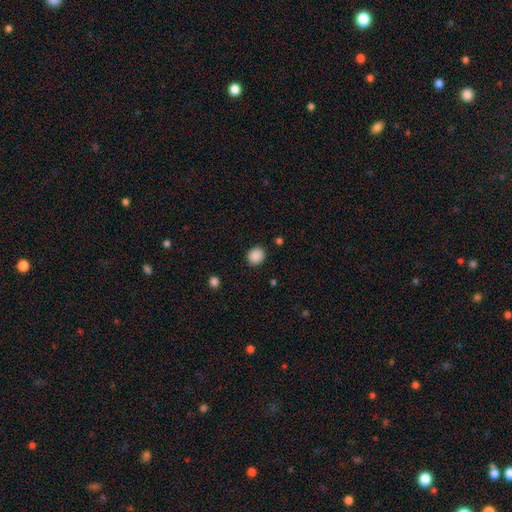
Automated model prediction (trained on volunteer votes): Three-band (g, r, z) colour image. It shows a smooth galaxy with no disk features (89%) that is round (71%). Merging: none (88%).